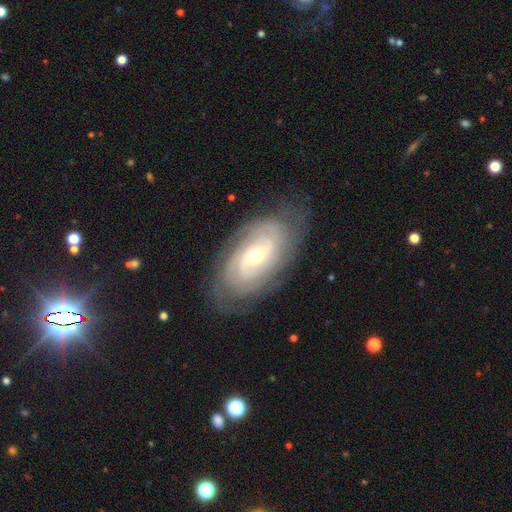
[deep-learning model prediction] A featured or disk galaxy (86%) with no bar (55%), tight (77%) spiral arms (95%) and a small central bulge (54%). Merging: none (79%).